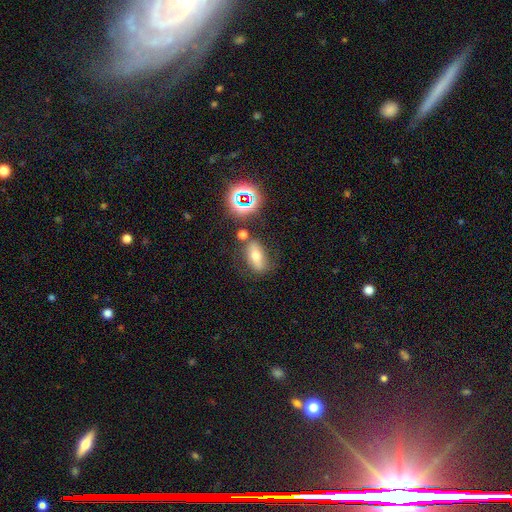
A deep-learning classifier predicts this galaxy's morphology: Q: Smooth or featured?
A: smooth (50%); runner-up: featured or disk (29%)
Q: Merging?
A: none (66%); runner-up: minor disturbance (17%)